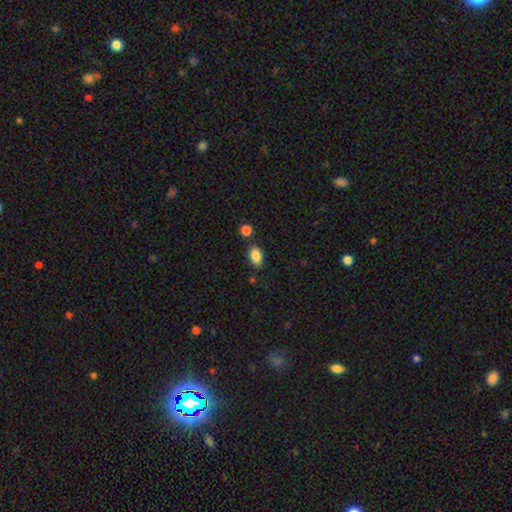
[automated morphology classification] This is clearly a smooth galaxy (86%). How rounded: clearly in between (89%). Merging: likely none (78%).